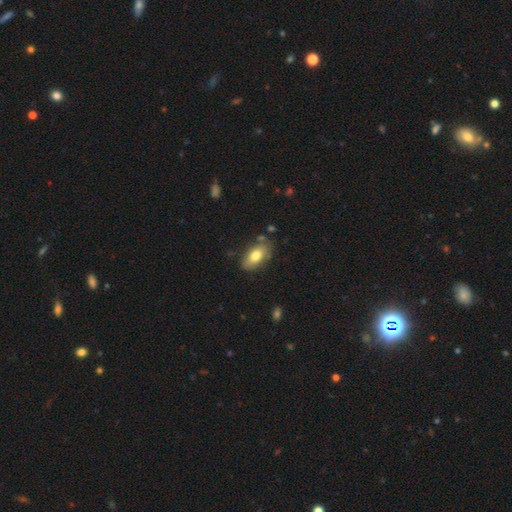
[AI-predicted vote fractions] A smooth galaxy with no disk features (76%) that is in between round and cigar-shaped (91%). Merging: none (76%).